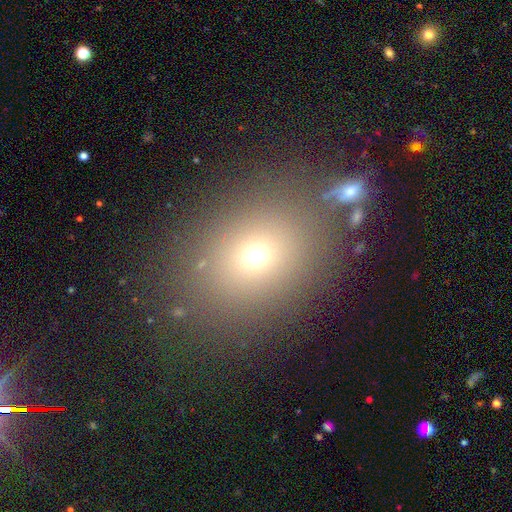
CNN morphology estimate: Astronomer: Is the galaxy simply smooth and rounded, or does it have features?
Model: smooth — 67%.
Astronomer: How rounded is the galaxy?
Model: in between — 51% (runner-up: round, 47%).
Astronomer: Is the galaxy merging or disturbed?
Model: none — 76%.